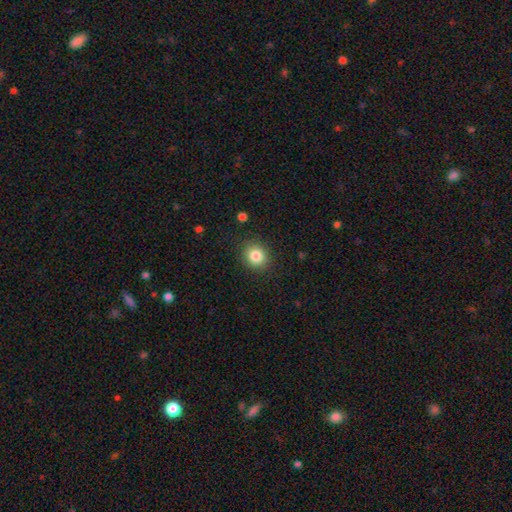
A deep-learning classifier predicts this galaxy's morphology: smooth-or-featured: smooth: 83% | star or artifact: 10% | featured or disk: 6%
  how-rounded: round: 76% | in between: 23% | cigar-shaped: 1%
  merging: none: 88% | minor disturbance: 9% | major disturbance: 3% | merger: 1%